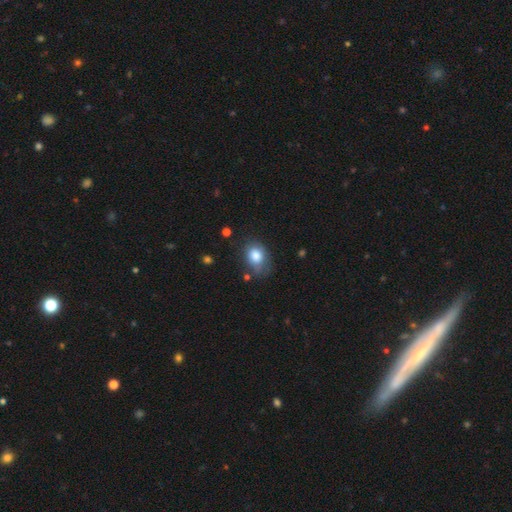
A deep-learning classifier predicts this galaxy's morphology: The model was most divided on "merging": none: 54%, minor disturbance: 30%, major disturbance: 12%, merger: 4%. More confident: smooth or featured — smooth (80%); how rounded — in between (63%).